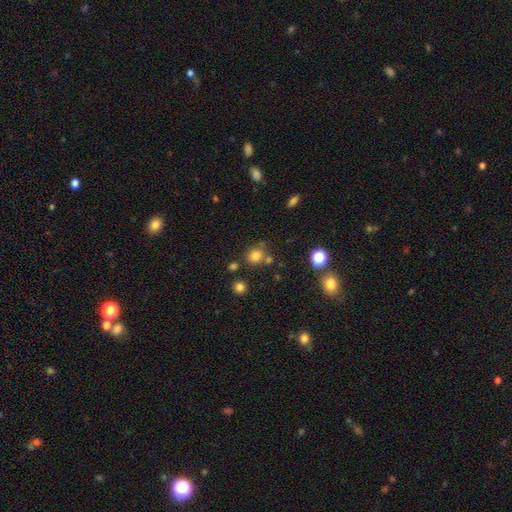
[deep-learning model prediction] smooth 78%, star or artifact 15%, featured or disk 6%. Down the decision tree: how rounded — round (85%); merging — none (71%).